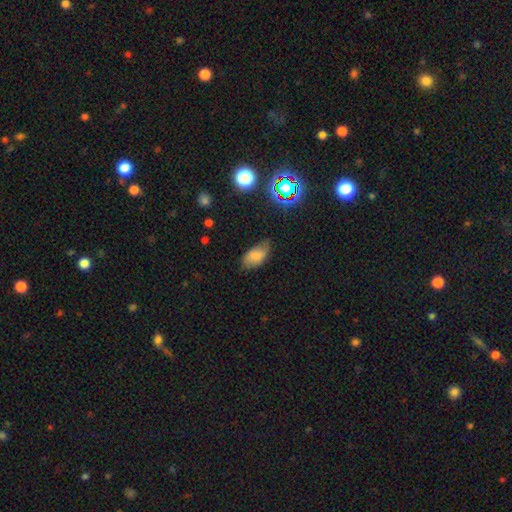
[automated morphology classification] Overall: smooth (73%). How rounded: in between (93%). Merging: none (66%; minor disturbance 27%).